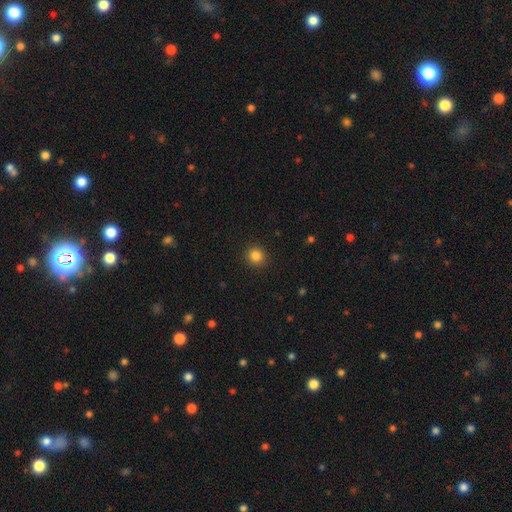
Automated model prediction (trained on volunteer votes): smooth 85%, star or artifact 11%, featured or disk 4%. Down the decision tree: how rounded — round (91%); merging — none (92%).